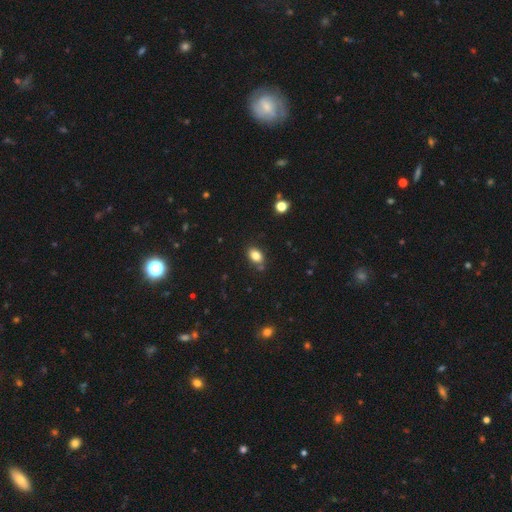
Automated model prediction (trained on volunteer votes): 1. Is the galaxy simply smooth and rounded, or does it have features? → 83% smooth, 10% star or artifact, 7% featured or disk.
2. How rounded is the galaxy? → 82% in between, 17% round, 1% cigar-shaped.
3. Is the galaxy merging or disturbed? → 79% none, 13% minor disturbance, 5% merger, 3% major disturbance.